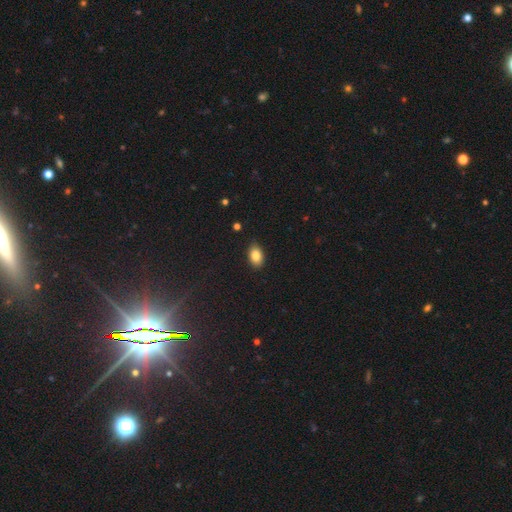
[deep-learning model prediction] Q: Smooth or featured?
A: smooth (86%); runner-up: star or artifact (8%)
Q: How rounded?
A: in between (88%); runner-up: round (10%)
Q: Merging?
A: none (87%); runner-up: minor disturbance (10%)